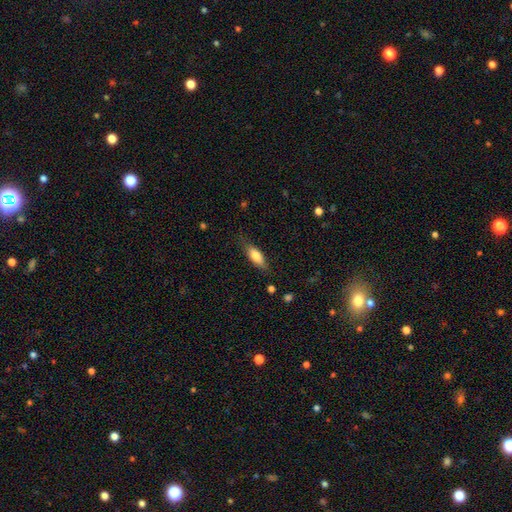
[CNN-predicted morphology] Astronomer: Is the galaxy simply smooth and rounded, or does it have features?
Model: smooth — 73%.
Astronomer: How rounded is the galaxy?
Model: in between — 67%.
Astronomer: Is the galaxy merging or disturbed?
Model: none — 74%.